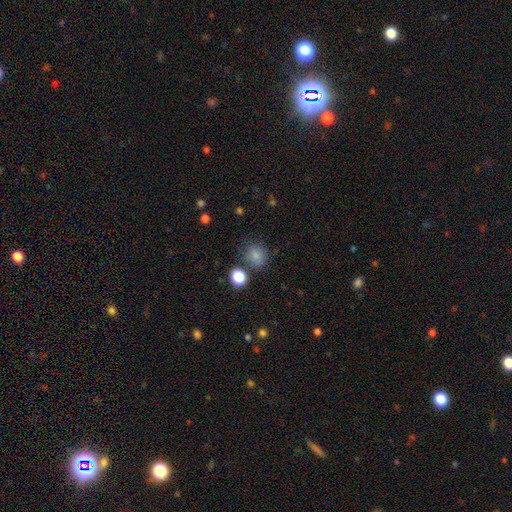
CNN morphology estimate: A smooth galaxy with no disk features (82%) that is round (65%). Merging: none (72%).